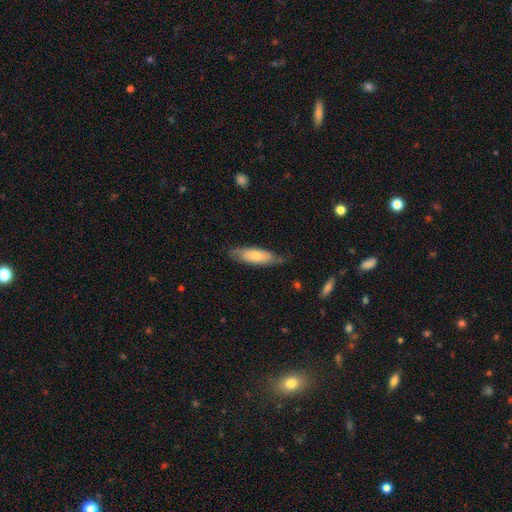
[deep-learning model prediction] smooth-or-featured: smooth: 66% | featured or disk: 28% | star or artifact: 5%
  how-rounded: in between: 56% | cigar-shaped: 42% | round: 2%
  merging: none: 69% | minor disturbance: 24% | major disturbance: 6% | merger: 1%